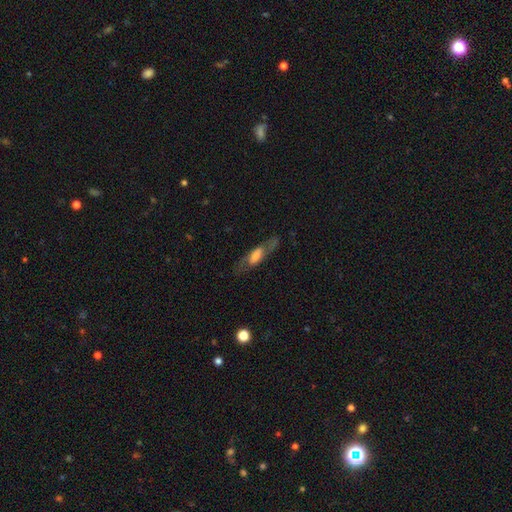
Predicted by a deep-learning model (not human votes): featured or disk 56%, smooth 37%, star or artifact 8%. Down the decision tree: edge-on disk — no (61%); merging — none (72%).